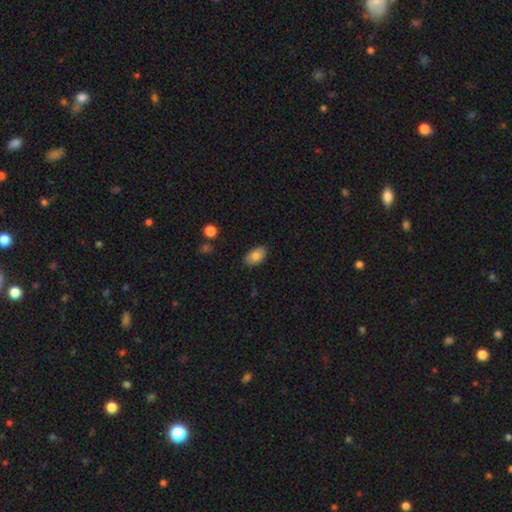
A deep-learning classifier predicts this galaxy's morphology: Smooth or featured: smooth — 80% (featured or disk — 12%)
How rounded: in between — 92% (round — 6%)
Merging: none — 84% (minor disturbance — 12%)